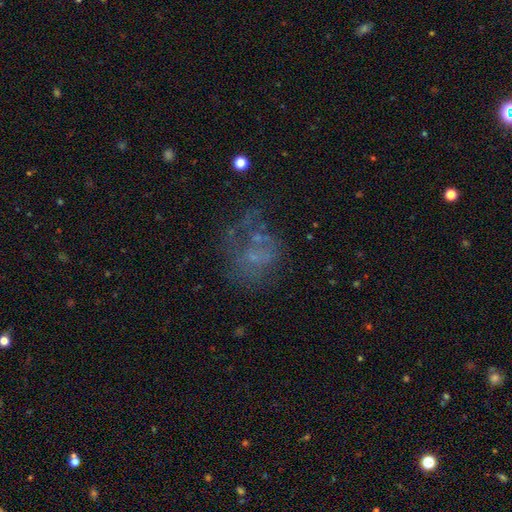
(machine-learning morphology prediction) Q: Smooth or featured?
A: featured or disk (48%); runner-up: smooth (30%)
Q: Merging?
A: major disturbance (38%); runner-up: none (36%)